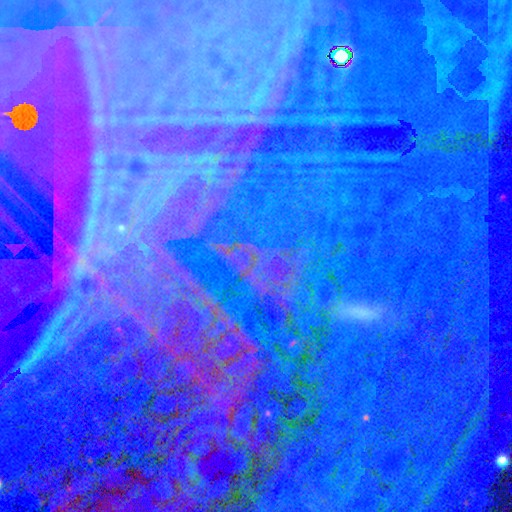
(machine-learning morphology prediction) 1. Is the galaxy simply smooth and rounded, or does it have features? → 84% star or artifact, 8% featured or disk, 8% smooth.